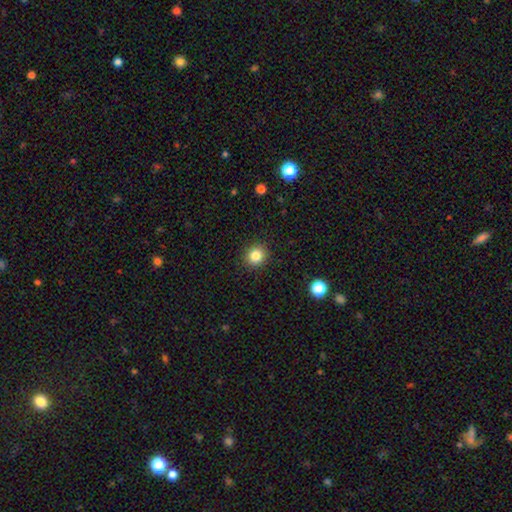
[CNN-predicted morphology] Smooth or featured?
  - smooth: 83% *
  - star or artifact: 11%
  - featured or disk: 6%
How rounded?
  - round: 86% *
  - in between: 13%
  - cigar-shaped: 1%
Merging?
  - none: 91% *
  - minor disturbance: 6%
  - major disturbance: 2%
  - merger: 1%